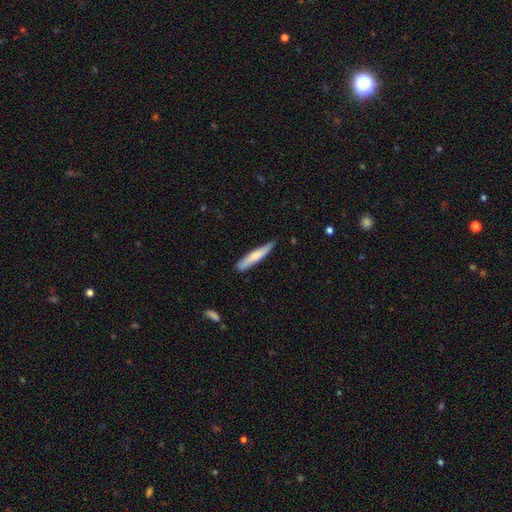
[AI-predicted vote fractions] Smooth or featured? smooth (67%)
How rounded? cigar-shaped (91%)
Merging? none (78%)